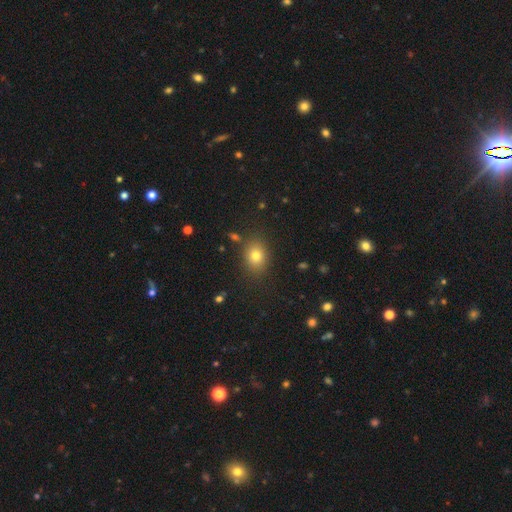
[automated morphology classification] This is likely a smooth galaxy (78%). How rounded: possibly in between (51%). Merging: clearly none (85%).